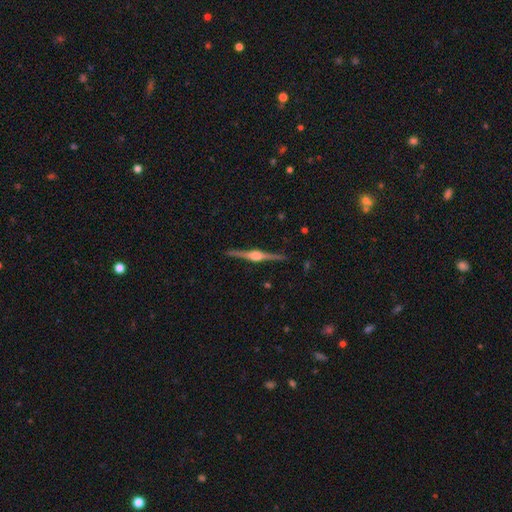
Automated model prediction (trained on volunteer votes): Smooth or featured? featured or disk (87%)
Edge-on disk? yes (99%)
Edge-on bulge? rounded (89%)
Merging? none (91%)